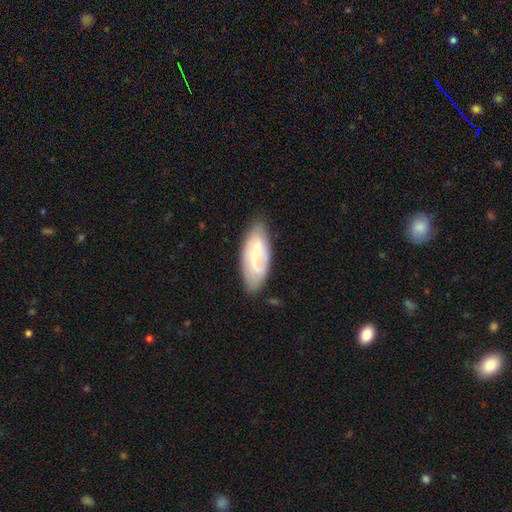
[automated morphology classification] Smooth or featured?
  - featured or disk: 55% *
  - smooth: 39%
  - star or artifact: 6%
Edge-on disk?
  - no: 90% *
  - yes: 10%
Merging?
  - none: 77% *
  - minor disturbance: 18%
  - major disturbance: 4%
  - merger: 2%